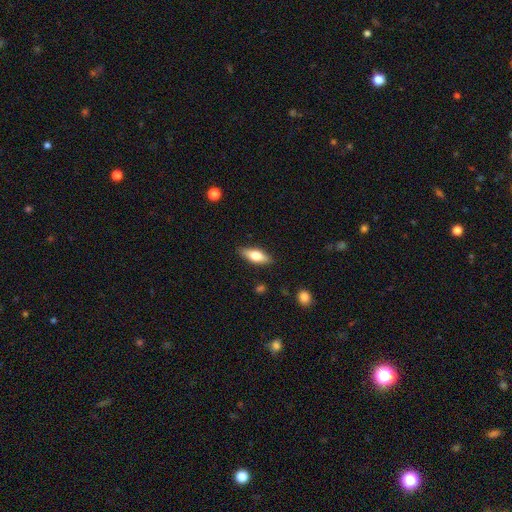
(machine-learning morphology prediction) smooth_or_featured: smooth (p=0.66) [alt: featured or disk p=0.28]
how_rounded: in between (p=0.66) [alt: cigar-shaped p=0.31]
merging: none (p=0.86) [alt: minor disturbance p=0.10]